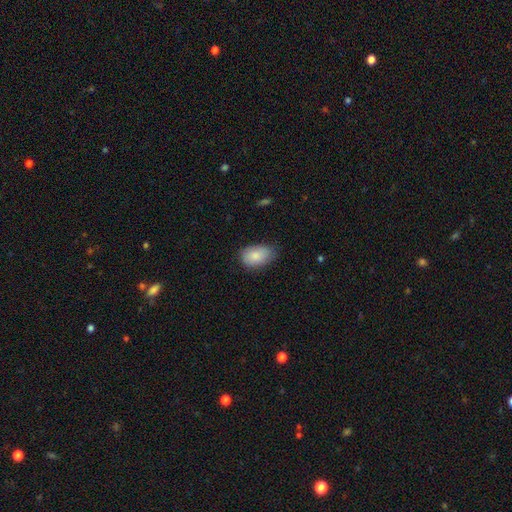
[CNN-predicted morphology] Overall: smooth (84%). How rounded: in between (90%). Merging: none (67%).